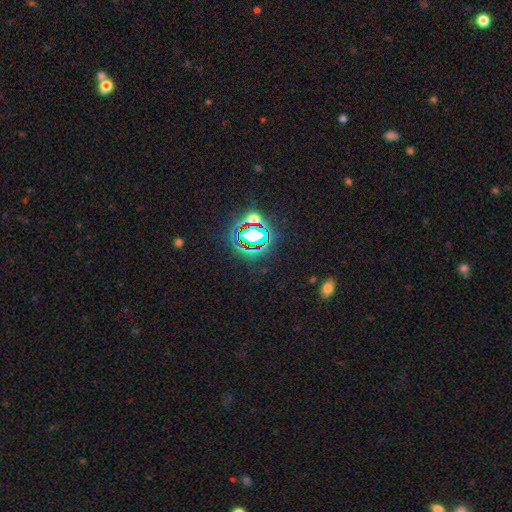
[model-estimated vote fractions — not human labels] A star or artifact, not a galaxy (82%).

Vote fractions:
- Smooth or featured? star or artifact: 82% / smooth: 11% / featured or disk: 7%